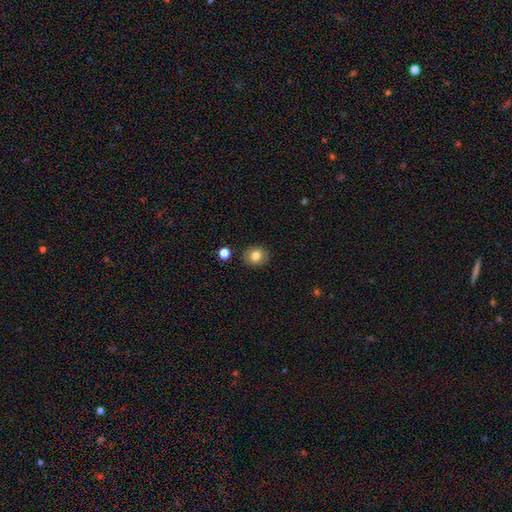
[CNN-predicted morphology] A smooth galaxy with no disk features (78%) that is round (68%).

Vote fractions:
- Smooth or featured? smooth: 78% / featured or disk: 12% / star or artifact: 10%
- How rounded? round: 68% / in between: 31% / cigar-shaped: 1%
- Merging? none: 87% / minor disturbance: 8% / major disturbance: 2% / merger: 2%